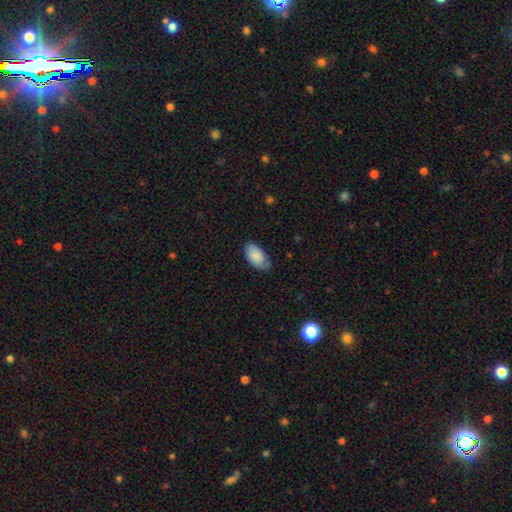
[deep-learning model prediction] Overall: smooth (75%). How rounded: in between (95%). Merging: none (66%; minor disturbance 27%).